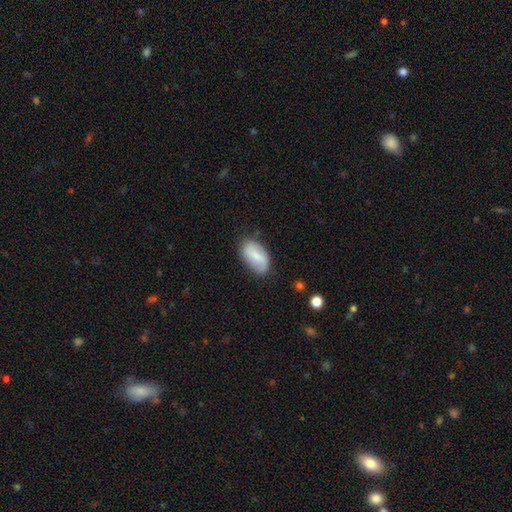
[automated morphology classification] Q: Smooth or featured?
A: smooth (63%); runner-up: featured or disk (30%)
Q: How rounded?
A: in between (94%); runner-up: round (4%)
Q: Merging?
A: none (74%); runner-up: minor disturbance (20%)